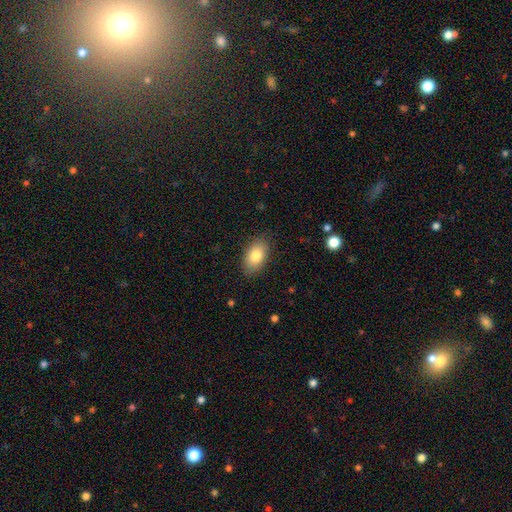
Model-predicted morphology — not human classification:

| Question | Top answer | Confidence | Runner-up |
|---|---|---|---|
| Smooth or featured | smooth | 81% | featured or disk (12%) |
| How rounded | in between | 92% | round (6%) |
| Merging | none | 86% | minor disturbance (11%) |